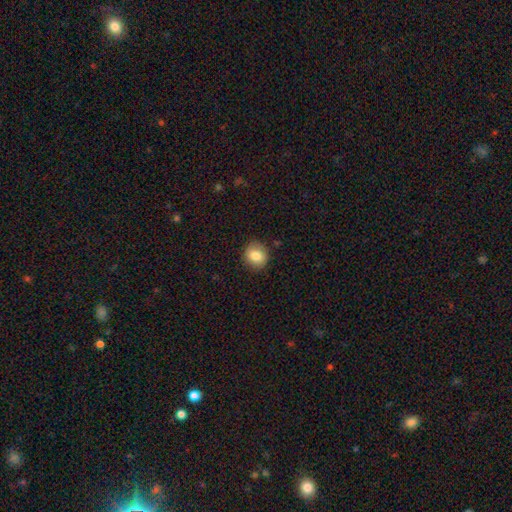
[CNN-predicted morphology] smooth_or_featured: smooth (p=0.83) [alt: star or artifact p=0.09]
how_rounded: round (p=0.73) [alt: in between p=0.26]
merging: none (p=0.85) [alt: minor disturbance p=0.11]